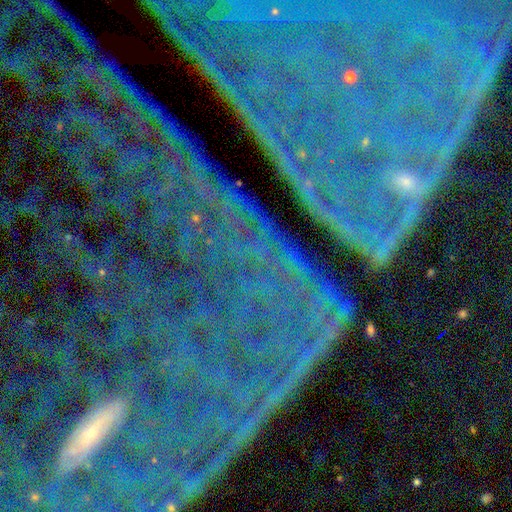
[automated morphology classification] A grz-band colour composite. It shows a star or artifact, not a galaxy (84%).